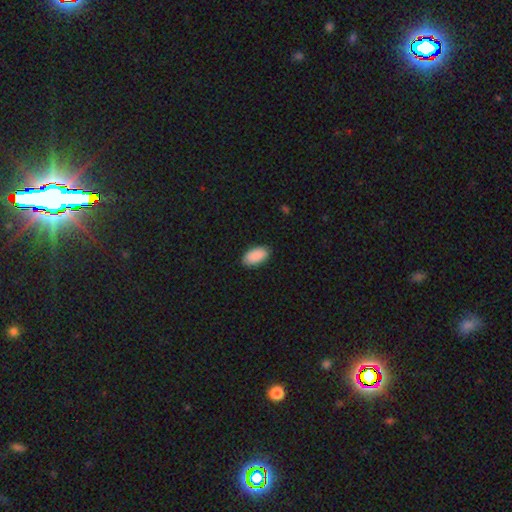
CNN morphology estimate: This appears to be a smooth galaxy with no disk features (91%) that is in between round and cigar-shaped (95%). Merging: none (88%).